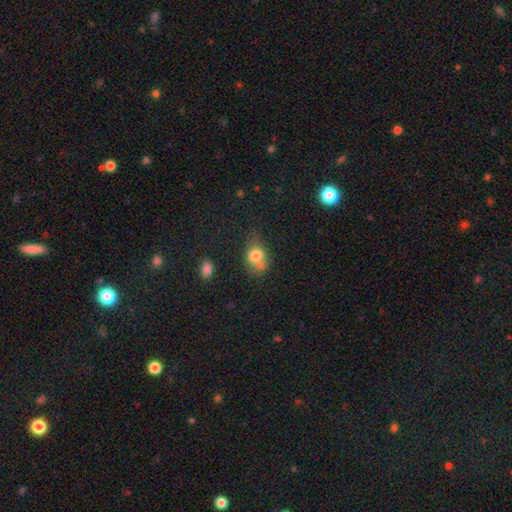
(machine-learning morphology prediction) Smooth or featured? Predicted: smooth (p=0.72). How rounded? Predicted: in between (p=0.64). Merging? Predicted: none (p=0.37).